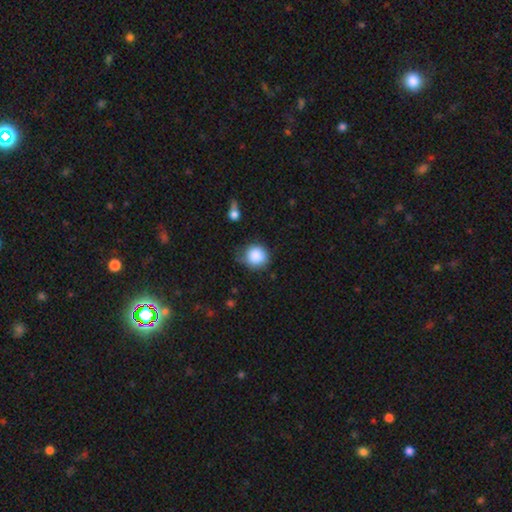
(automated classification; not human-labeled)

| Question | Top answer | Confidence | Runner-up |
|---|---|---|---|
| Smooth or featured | smooth | 87% | star or artifact (8%) |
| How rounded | round | 87% | in between (12%) |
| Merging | none | 60% | minor disturbance (29%) |